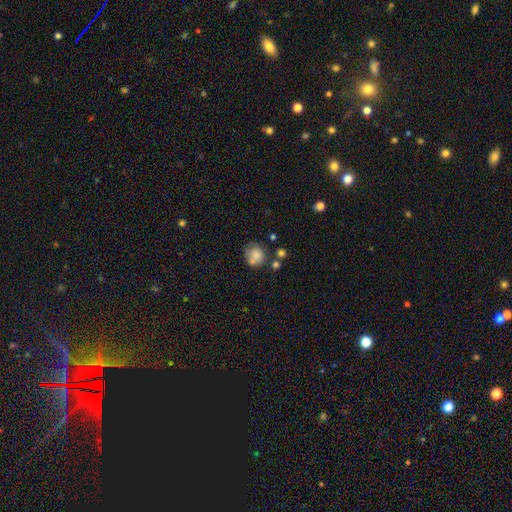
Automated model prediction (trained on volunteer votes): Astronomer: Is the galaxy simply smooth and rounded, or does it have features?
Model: smooth — 76%.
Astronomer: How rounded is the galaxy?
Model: round — 80%.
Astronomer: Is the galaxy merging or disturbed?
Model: none — 50%.